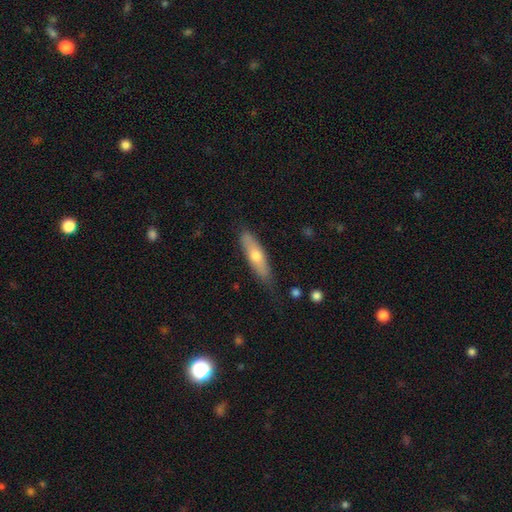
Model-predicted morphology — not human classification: Smooth or featured: smooth — 58% (featured or disk — 35%)
How rounded: cigar-shaped — 68% (in between — 30%)
Merging: none — 76% (minor disturbance — 19%)